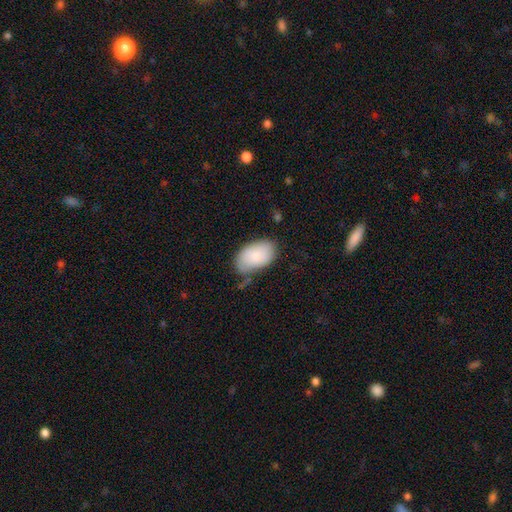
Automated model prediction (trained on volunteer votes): A smooth galaxy with no disk features (85%) that is in between round and cigar-shaped (94%).

Vote fractions:
- Smooth or featured? smooth: 85% / featured or disk: 9% / star or artifact: 6%
- How rounded? in between: 94% / round: 5% / cigar-shaped: 1%
- Merging? none: 64% / minor disturbance: 25% / major disturbance: 7% / merger: 4%